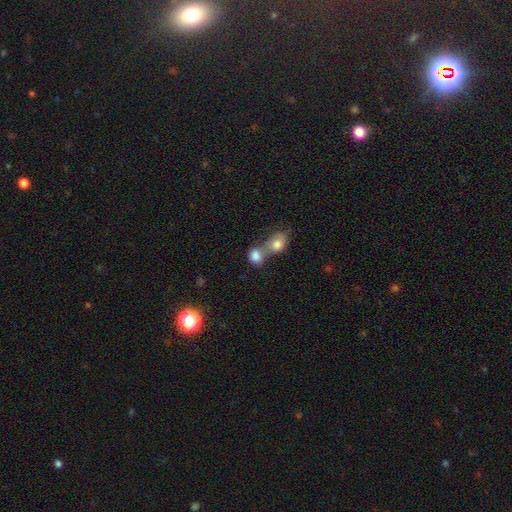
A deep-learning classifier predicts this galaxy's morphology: This is clearly a smooth galaxy (82%). How rounded: likely round (61%). Merging: likely merger (63%).